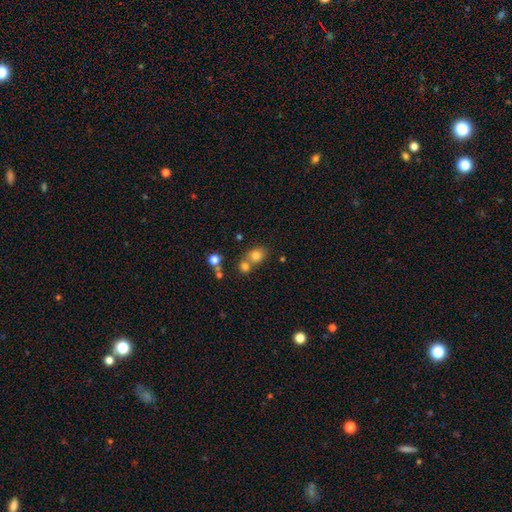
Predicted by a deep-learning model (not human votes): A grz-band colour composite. It shows a smooth galaxy with no disk features (78%) that is round (60%). Merging: none (48%).